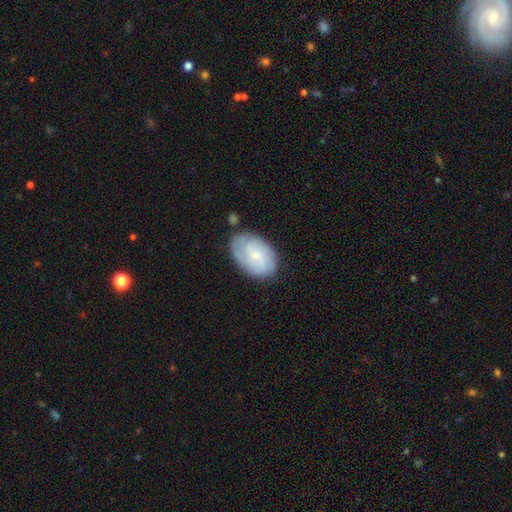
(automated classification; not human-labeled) The model was most divided on "smooth or featured": smooth: 49%, featured or disk: 43%, star or artifact: 7%. More confident: merging — none (71%).